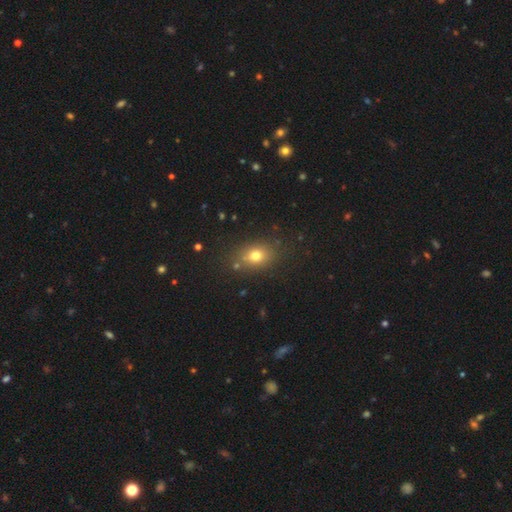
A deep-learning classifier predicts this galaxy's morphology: Smooth or featured?
  - smooth: 73% *
  - star or artifact: 15%
  - featured or disk: 12%
How rounded?
  - in between: 62% *
  - round: 36%
  - cigar-shaped: 2%
Merging?
  - none: 78% *
  - minor disturbance: 13%
  - merger: 5%
  - major disturbance: 4%